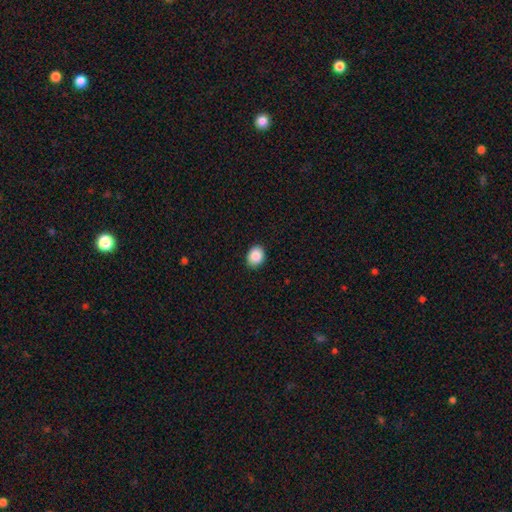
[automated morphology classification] smooth_or_featured: smooth (p=0.89) [alt: star or artifact p=0.08]
how_rounded: in between (p=0.56) [alt: round p=0.43]
merging: none (p=0.88) [alt: minor disturbance p=0.09]